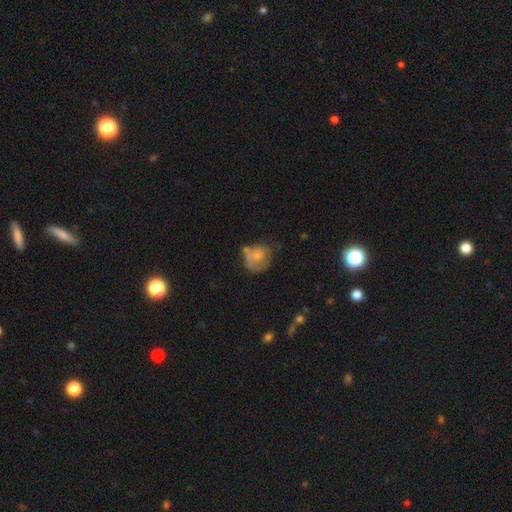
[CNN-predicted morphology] smooth-or-featured: smooth: 55% | featured or disk: 37% | star or artifact: 8%
  how-rounded: round: 63% | in between: 36% | cigar-shaped: 1%
  merging: none: 35% | minor disturbance: 27% | major disturbance: 25% | merger: 13%